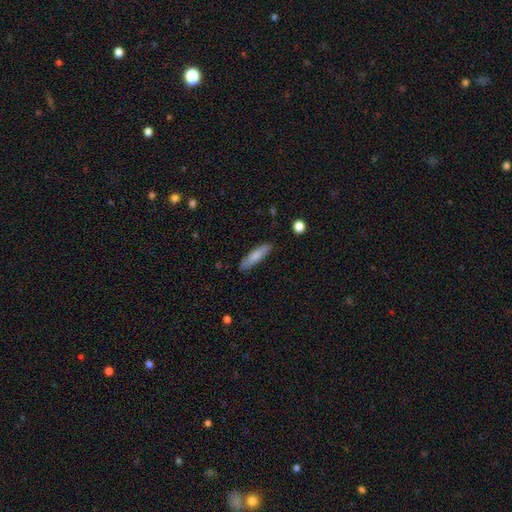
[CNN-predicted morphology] A smooth galaxy with no disk features (77%) that is cigar-shaped (74%).

Vote fractions:
- Smooth or featured? smooth: 77% / featured or disk: 17% / star or artifact: 6%
- How rounded? cigar-shaped: 74% / in between: 25% / round: 2%
- Merging? none: 87% / minor disturbance: 10% / major disturbance: 2% / merger: 1%